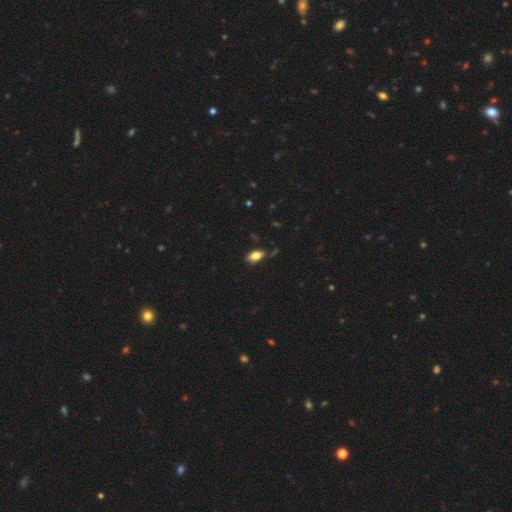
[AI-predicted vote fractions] smooth 81%, featured or disk 11%, star or artifact 9%. Down the decision tree: how rounded — in between (90%); merging — none (74%).